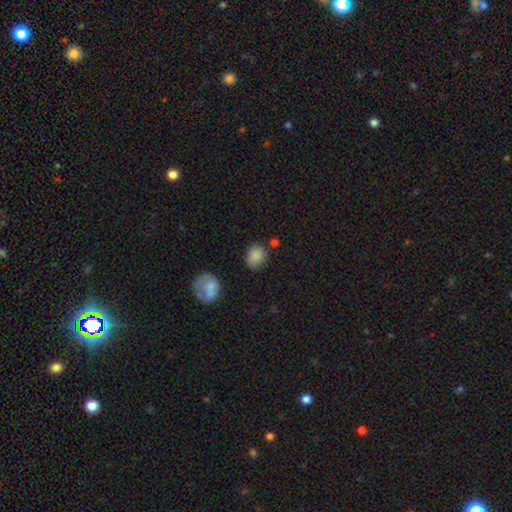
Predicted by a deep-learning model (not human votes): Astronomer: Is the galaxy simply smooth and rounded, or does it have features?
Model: smooth — 85%.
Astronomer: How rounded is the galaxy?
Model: round — 56% (runner-up: in between, 43%).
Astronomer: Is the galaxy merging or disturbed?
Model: none — 75%.